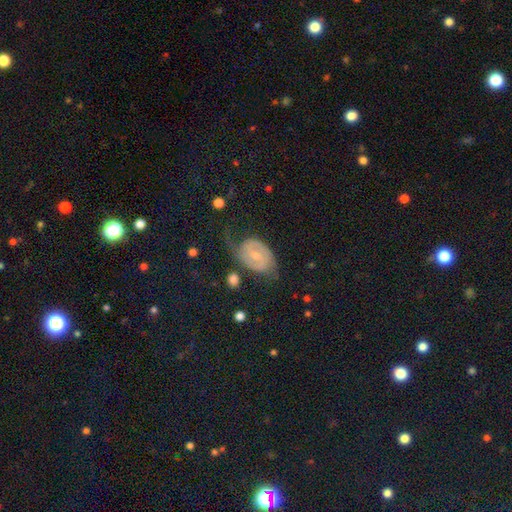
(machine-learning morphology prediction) Q: Smooth or featured?
A: featured or disk (71%); runner-up: smooth (18%)
Q: Edge-on disk?
A: no (97%); runner-up: yes (3%)
Q: Bar?
A: weak (50%); runner-up: no (37%)
Q: Spiral arms?
A: yes (91%); runner-up: no (9%)
Q: Spiral winding?
A: tight (42%); runner-up: medium (41%)
Q: Spiral arm count?
A: 2 (79%); runner-up: can't tell (11%)
Q: Bulge size?
A: small (57%); runner-up: moderate (36%)
Q: Merging?
A: none (57%); runner-up: minor disturbance (24%)